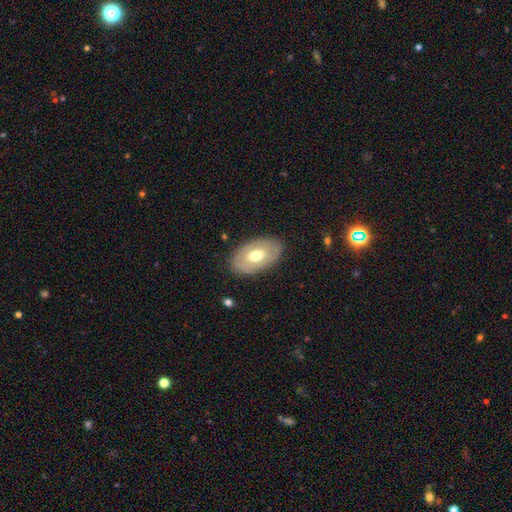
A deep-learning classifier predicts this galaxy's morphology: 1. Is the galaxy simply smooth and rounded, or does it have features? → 50% smooth, 45% featured or disk, 6% star or artifact.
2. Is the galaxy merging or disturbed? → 83% none, 12% minor disturbance, 4% major disturbance, 1% merger.